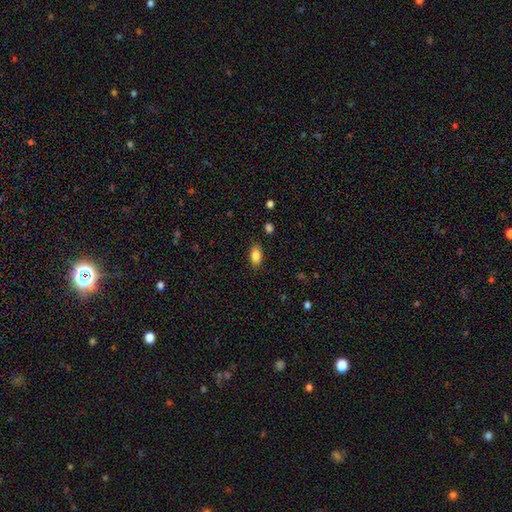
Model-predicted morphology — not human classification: A smooth galaxy with no disk features (86%) that is in between round and cigar-shaped (89%).

Vote fractions:
- Smooth or featured? smooth: 86% / star or artifact: 8% / featured or disk: 6%
- How rounded? in between: 89% / round: 6% / cigar-shaped: 5%
- Merging? none: 86% / minor disturbance: 10% / major disturbance: 3% / merger: 1%